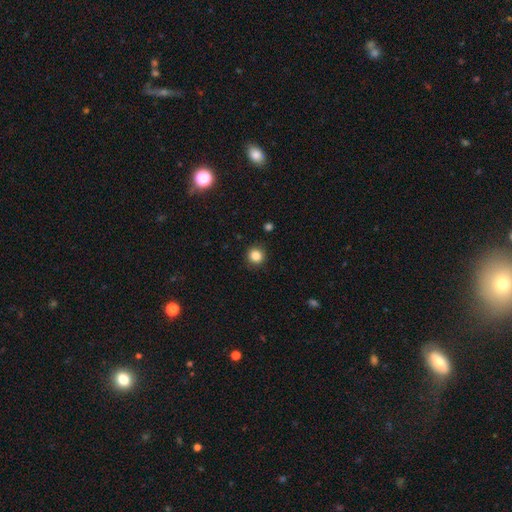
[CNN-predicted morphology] Q: Smooth or featured?
A: smooth (84%); runner-up: star or artifact (12%)
Q: How rounded?
A: round (93%); runner-up: in between (6%)
Q: Merging?
A: none (91%); runner-up: minor disturbance (6%)